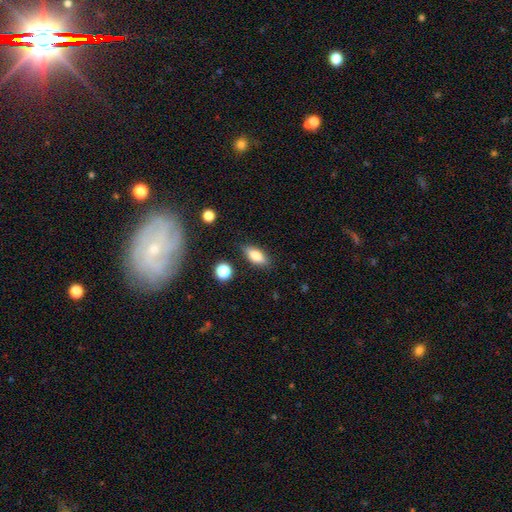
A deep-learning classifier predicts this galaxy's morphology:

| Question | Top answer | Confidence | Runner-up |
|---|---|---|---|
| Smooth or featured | smooth | 74% | featured or disk (17%) |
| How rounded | in between | 78% | cigar-shaped (17%) |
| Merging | none | 83% | minor disturbance (12%) |